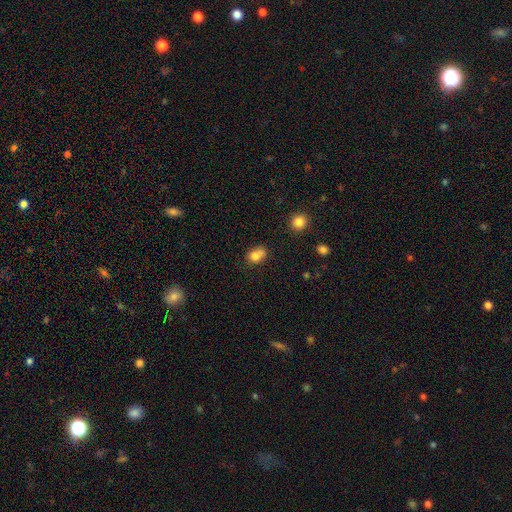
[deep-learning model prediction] This is likely a smooth galaxy (79%). How rounded: likely in between (63%). Merging: possibly none (50%).